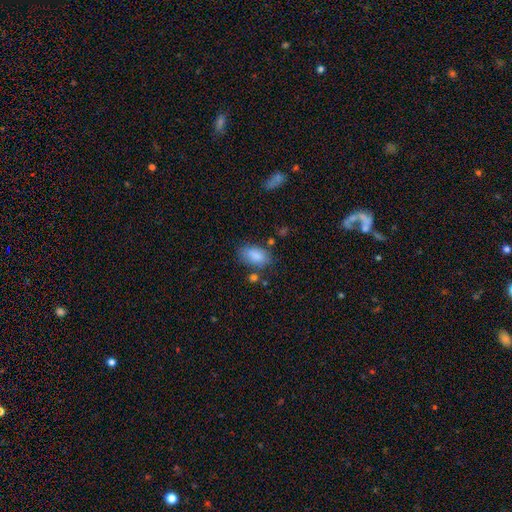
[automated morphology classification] This appears to be a smooth galaxy with no disk features (86%) that is in between round and cigar-shaped (91%). Merging: none (69%).